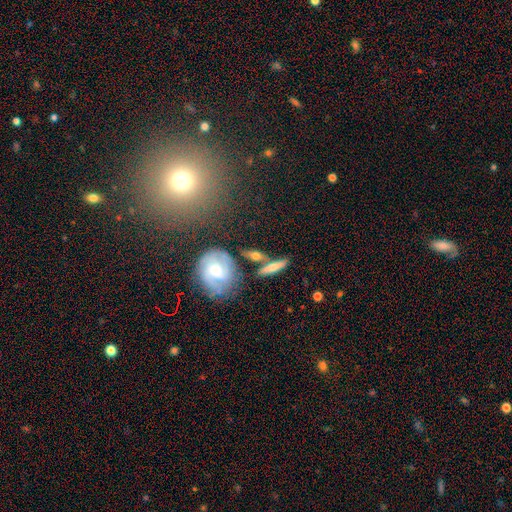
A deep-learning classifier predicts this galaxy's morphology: The model was most divided on "smooth or featured": smooth: 47%, featured or disk: 44%, star or artifact: 9%. More confident: merging — none (59%).